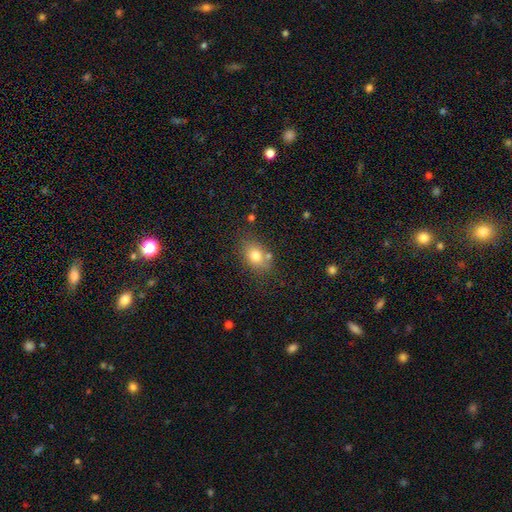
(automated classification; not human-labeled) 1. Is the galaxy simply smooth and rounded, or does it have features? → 77% smooth, 12% featured or disk, 10% star or artifact.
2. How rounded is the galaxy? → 72% in between, 27% round, 1% cigar-shaped.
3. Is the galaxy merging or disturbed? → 71% none, 15% minor disturbance, 9% merger, 4% major disturbance.